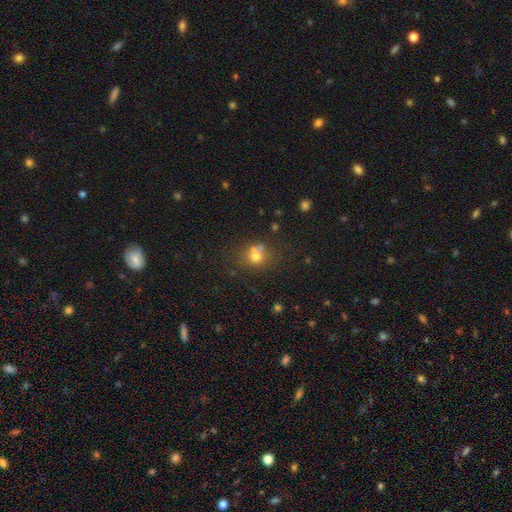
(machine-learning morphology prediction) This appears to be a smooth galaxy with no disk features (69%) that is round (80%). Merging: none (51%).